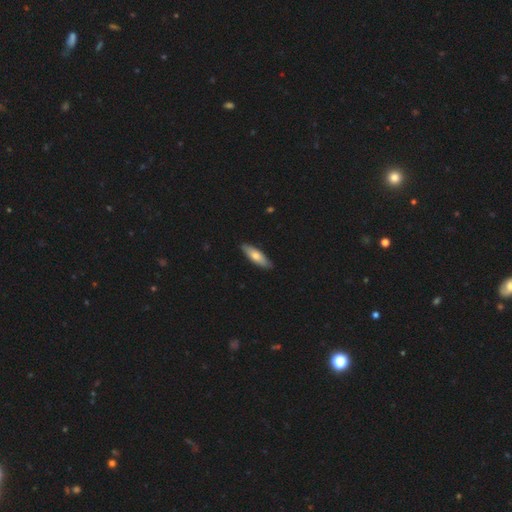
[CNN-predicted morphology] Overall: smooth (69%). How rounded: cigar-shaped (55%; in between 44%). Merging: none (89%).